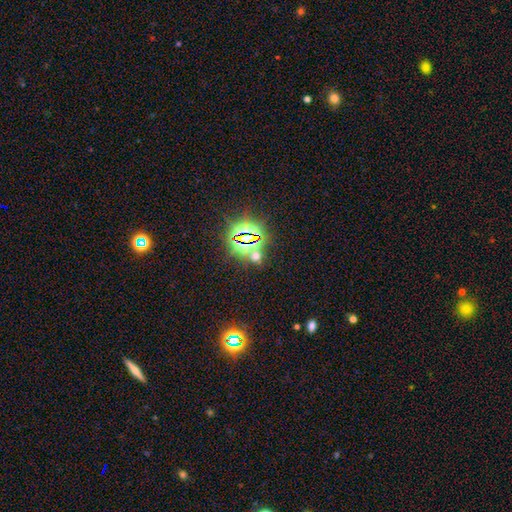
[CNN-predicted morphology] smooth_or_featured: star or artifact (p=0.67) [alt: smooth p=0.25]